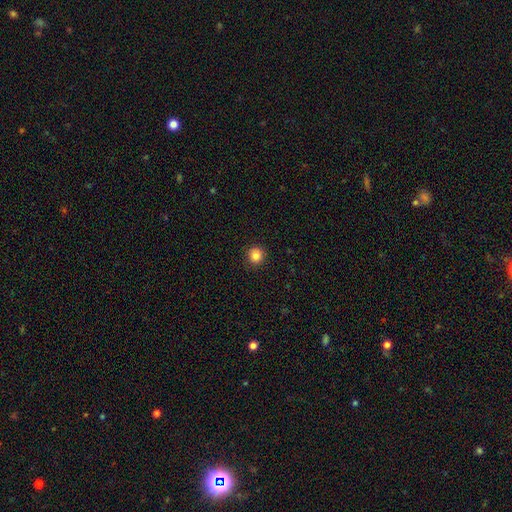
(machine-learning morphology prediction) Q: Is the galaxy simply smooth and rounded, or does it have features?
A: smooth — 84%.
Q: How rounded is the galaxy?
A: round — 94%.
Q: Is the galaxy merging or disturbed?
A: none — 92%.